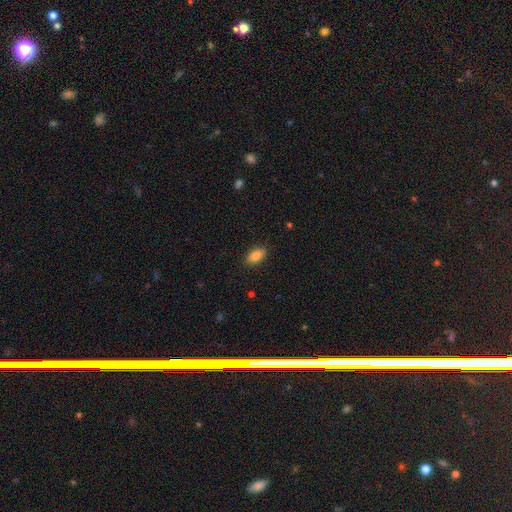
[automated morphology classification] Overall: smooth (87%). How rounded: in between (91%). Merging: none (86%).